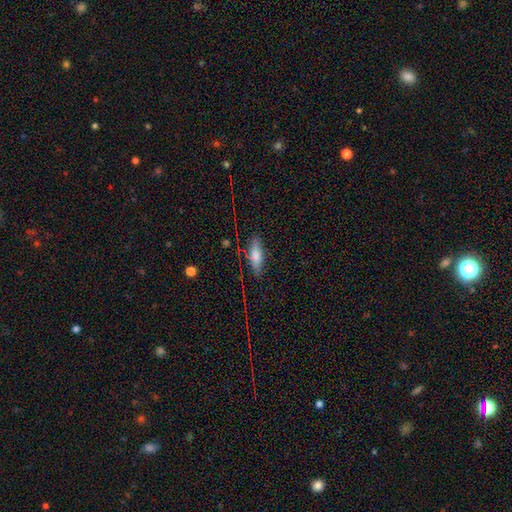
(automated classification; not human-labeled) This appears to be a smooth galaxy with no disk features (71%) that is in between round and cigar-shaped (64%). Merging: none (80%).